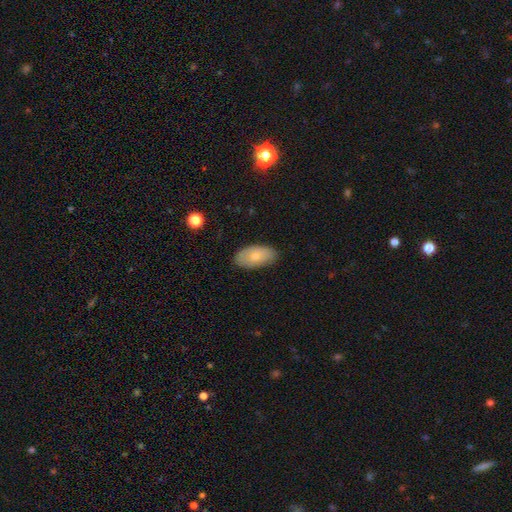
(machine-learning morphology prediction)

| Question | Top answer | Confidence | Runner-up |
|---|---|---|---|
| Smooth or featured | smooth | 70% | featured or disk (23%) |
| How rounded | in between | 94% | round (4%) |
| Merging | none | 81% | minor disturbance (15%) |